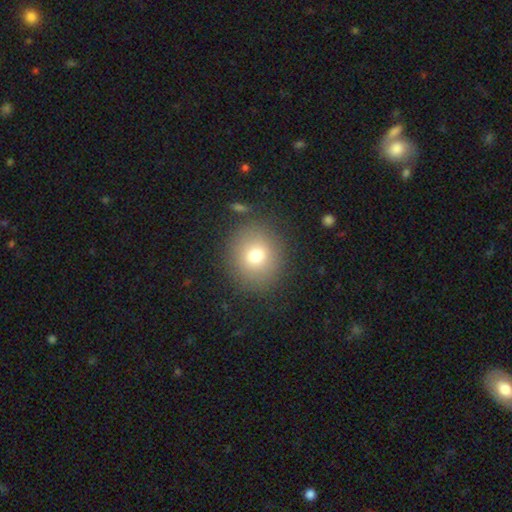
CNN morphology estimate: smooth 75%, featured or disk 13%, star or artifact 12%. Down the decision tree: how rounded — round (84%); merging — none (85%).